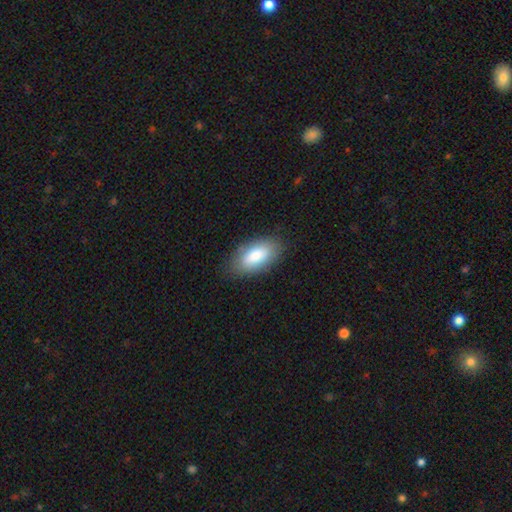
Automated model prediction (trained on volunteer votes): A smooth galaxy with no disk features (84%) that is in between round and cigar-shaped (93%). Merging: none (84%).